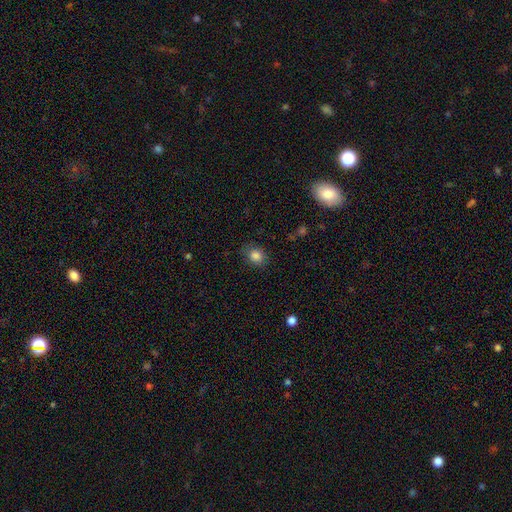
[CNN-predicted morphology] smooth 84%, star or artifact 10%, featured or disk 6%. Down the decision tree: how rounded — round (56%); merging — none (81%).